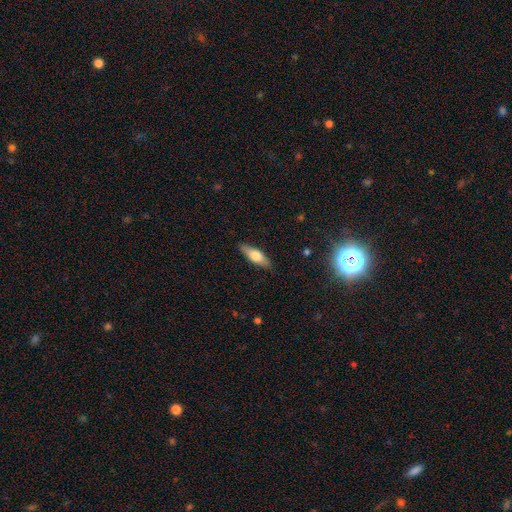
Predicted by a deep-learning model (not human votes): A smooth galaxy with no disk features (63%) that is in between round and cigar-shaped (56%). Merging: none (87%).